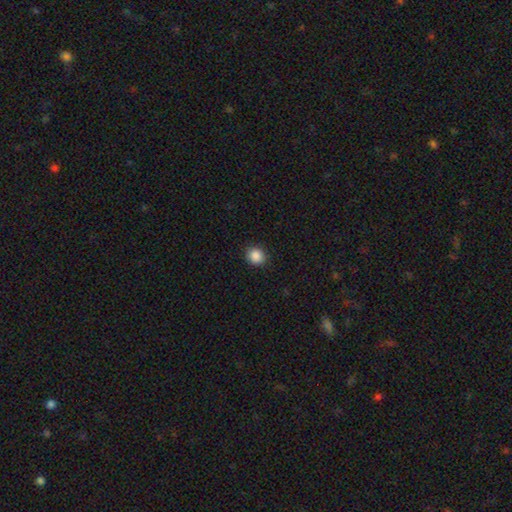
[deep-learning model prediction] Smooth or featured? smooth (88%)
How rounded? round (82%)
Merging? none (90%)